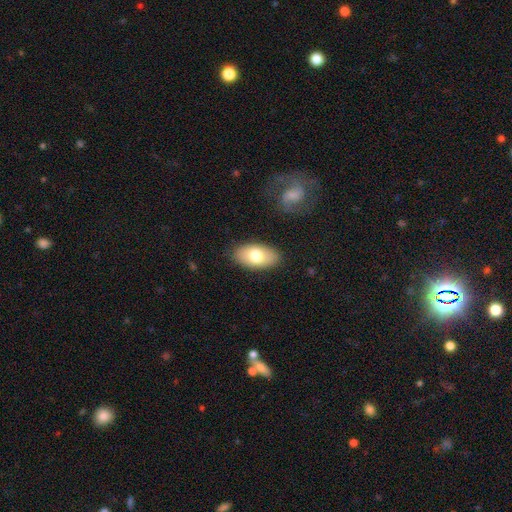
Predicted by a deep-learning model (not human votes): A smooth galaxy with no disk features (73%) that is in between round and cigar-shaped (94%).

Vote fractions:
- Smooth or featured? smooth: 73% / featured or disk: 21% / star or artifact: 6%
- How rounded? in between: 94% / round: 4% / cigar-shaped: 2%
- Merging? none: 86% / minor disturbance: 10% / major disturbance: 3% / merger: 1%